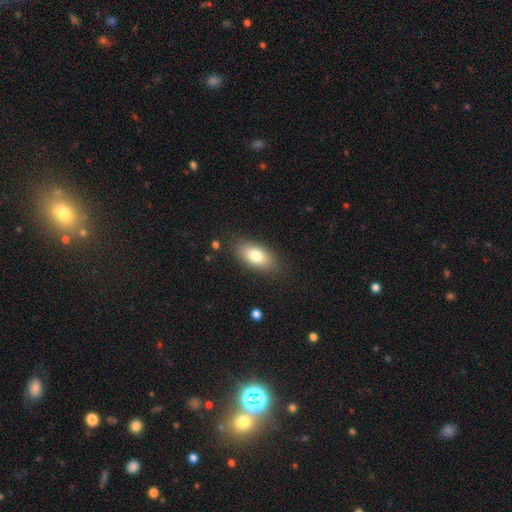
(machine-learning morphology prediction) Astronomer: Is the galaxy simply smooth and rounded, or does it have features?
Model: smooth — 78%.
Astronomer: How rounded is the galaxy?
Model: in between — 90%.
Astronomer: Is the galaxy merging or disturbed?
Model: none — 84%.